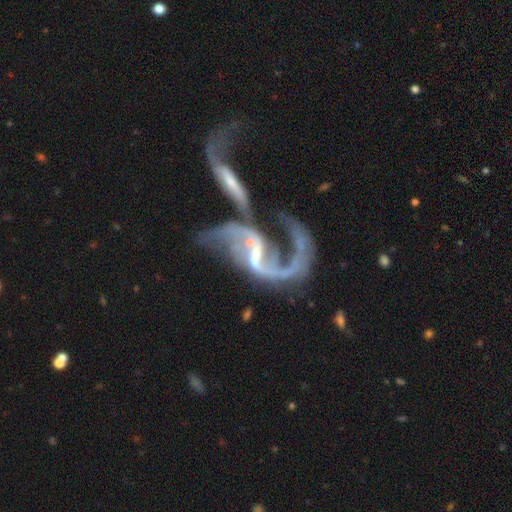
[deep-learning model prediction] Overall: featured or disk (88%). Edge-on disk: no (96%). Bar: weak (43%; strong 30%). Spiral arms: yes (91%). Spiral arm count: 2 (72%). Spiral winding: loose (78%). Bulge size: small (56%; moderate 25%). Merging: merger (58%; major disturbance 20%).